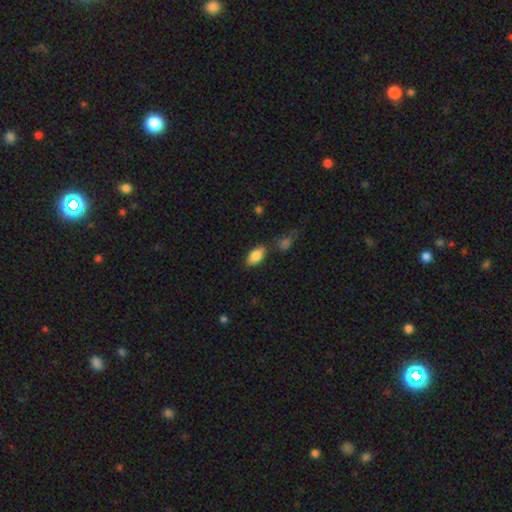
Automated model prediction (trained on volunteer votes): Smooth or featured: smooth — 81% (featured or disk — 12%)
How rounded: in between — 90% (cigar-shaped — 7%)
Merging: none — 75% (minor disturbance — 14%)